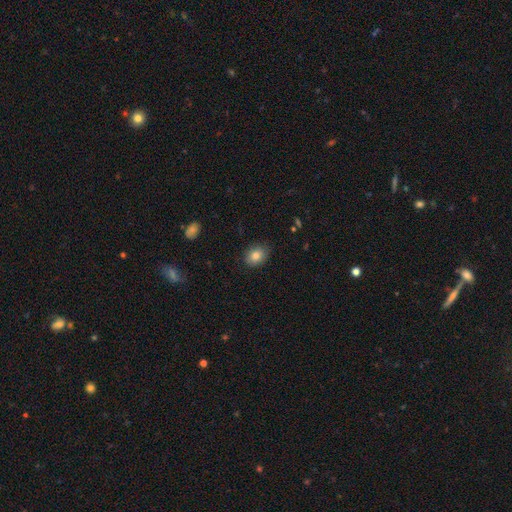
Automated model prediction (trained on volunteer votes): smooth-or-featured: smooth: 82% | star or artifact: 9% | featured or disk: 9%
  how-rounded: in between: 62% | round: 37% | cigar-shaped: 1%
  merging: none: 83% | minor disturbance: 13% | major disturbance: 2% | merger: 1%